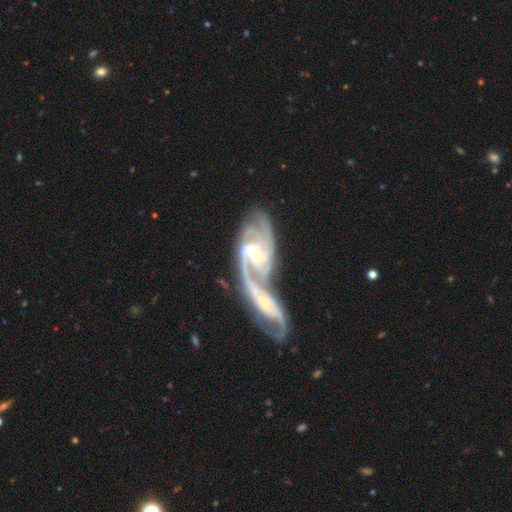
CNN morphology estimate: featured or disk 91%, smooth 5%, star or artifact 4%. Down the decision tree: edge-on disk — no (96%); bar — weak (42%); spiral arms — yes (97%); spiral arm count — 2 (60%); spiral winding — medium (51%); bulge size — small (53%); merging — merger (71%).